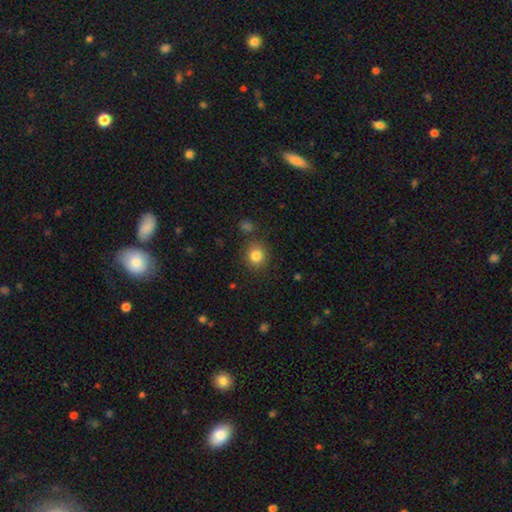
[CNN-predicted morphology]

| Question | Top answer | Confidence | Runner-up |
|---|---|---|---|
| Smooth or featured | smooth | 84% | star or artifact (11%) |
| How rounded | round | 85% | in between (14%) |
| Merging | none | 84% | minor disturbance (9%) |